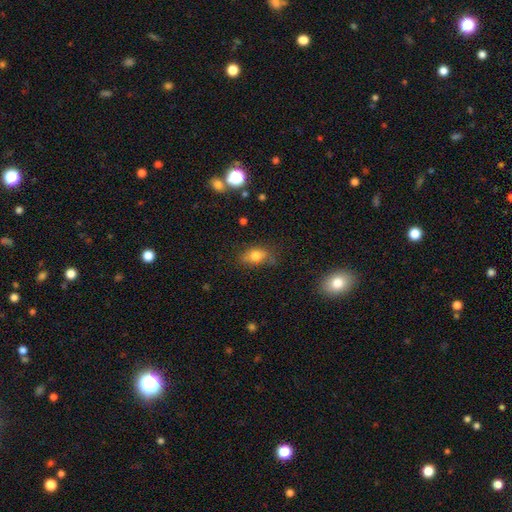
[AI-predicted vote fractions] Smooth or featured?
  - smooth: 77% *
  - featured or disk: 12%
  - star or artifact: 11%
How rounded?
  - in between: 78% *
  - round: 18%
  - cigar-shaped: 4%
Merging?
  - none: 60% *
  - minor disturbance: 27%
  - major disturbance: 9%
  - merger: 3%